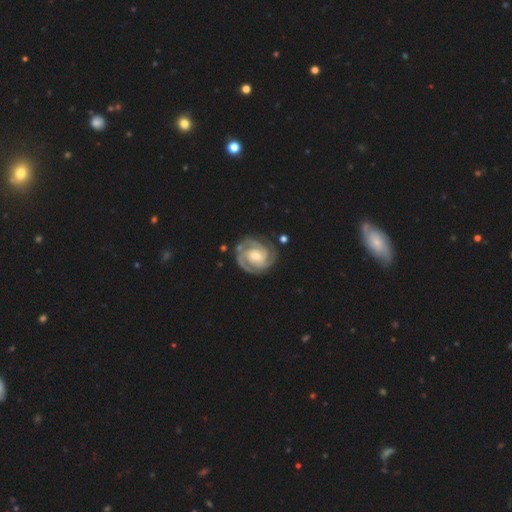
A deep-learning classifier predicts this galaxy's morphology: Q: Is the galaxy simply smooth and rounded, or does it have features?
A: featured or disk — 92%.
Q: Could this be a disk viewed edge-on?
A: no — 98%.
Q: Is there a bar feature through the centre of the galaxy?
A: no — 51%.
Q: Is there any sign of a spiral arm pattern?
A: yes — 98%.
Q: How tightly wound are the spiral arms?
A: tight — 75%.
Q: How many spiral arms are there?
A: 3 — 44%.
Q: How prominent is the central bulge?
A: moderate — 52%.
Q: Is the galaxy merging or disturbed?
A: none — 79%.